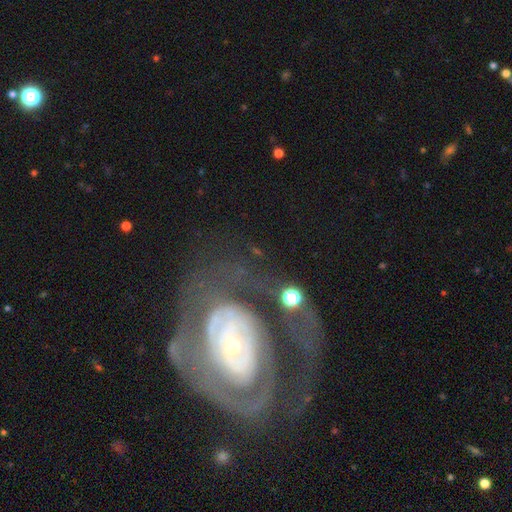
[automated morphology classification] Q: Smooth or featured?
A: featured or disk (81%); runner-up: smooth (12%)
Q: Edge-on disk?
A: no (96%); runner-up: yes (4%)
Q: Bar?
A: no (68%); runner-up: weak (19%)
Q: Spiral arms?
A: yes (71%); runner-up: no (29%)
Q: Spiral winding?
A: tight (65%); runner-up: medium (24%)
Q: Spiral arm count?
A: can't tell (42%); runner-up: 2 (31%)
Q: Bulge size?
A: small (71%); runner-up: moderate (22%)
Q: Merging?
A: none (53%); runner-up: major disturbance (25%)